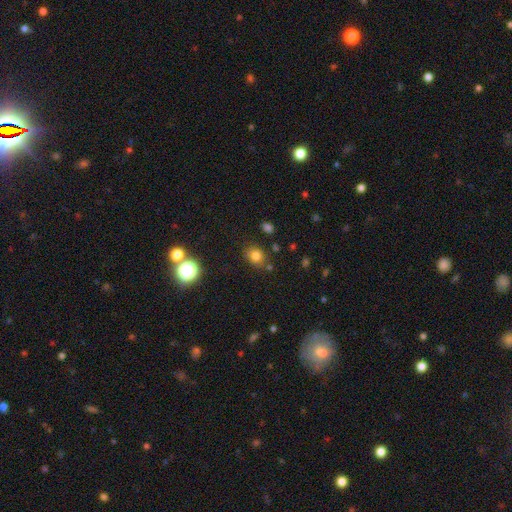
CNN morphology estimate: This is likely a smooth galaxy (77%). How rounded: possibly round (58%). Merging: likely none (79%).